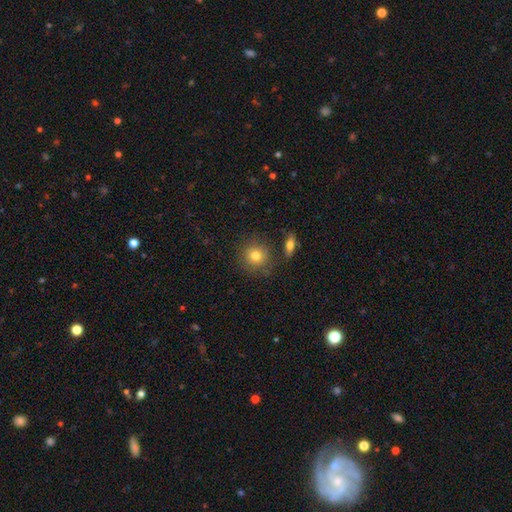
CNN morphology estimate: smooth_or_featured: smooth (p=0.80) [alt: star or artifact p=0.10]
how_rounded: round (p=0.90) [alt: in between p=0.09]
merging: none (p=0.80) [alt: minor disturbance p=0.11]